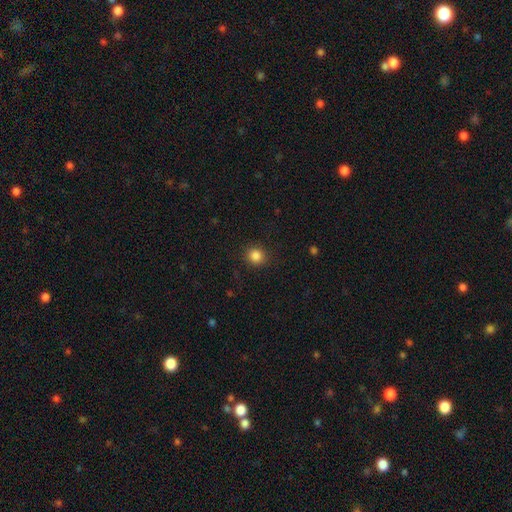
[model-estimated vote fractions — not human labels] A smooth galaxy with no disk features (85%) that is round (89%). Merging: none (90%).